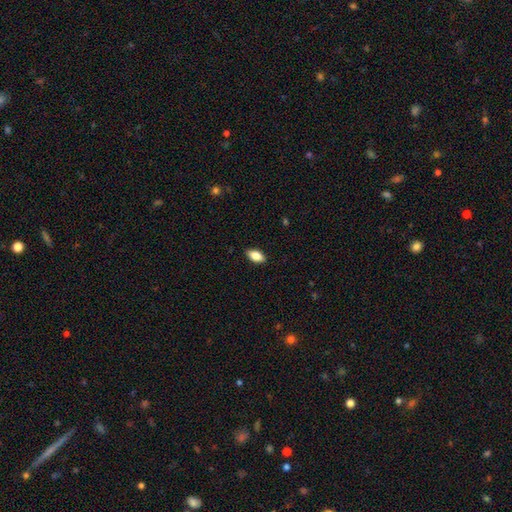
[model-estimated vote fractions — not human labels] A smooth galaxy with no disk features (82%) that is in between round and cigar-shaped (90%).

Vote fractions:
- Smooth or featured? smooth: 82% / featured or disk: 11% / star or artifact: 7%
- How rounded? in between: 90% / cigar-shaped: 6% / round: 4%
- Merging? none: 88% / minor disturbance: 9% / major disturbance: 2% / merger: 1%